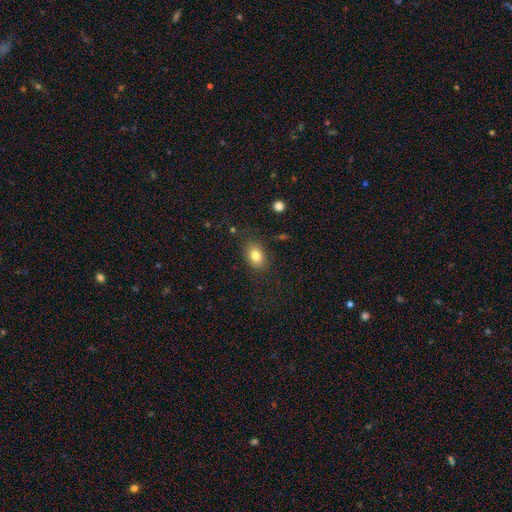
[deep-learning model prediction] A smooth galaxy with no disk features (81%) that is in between round and cigar-shaped (78%). Merging: none (82%).